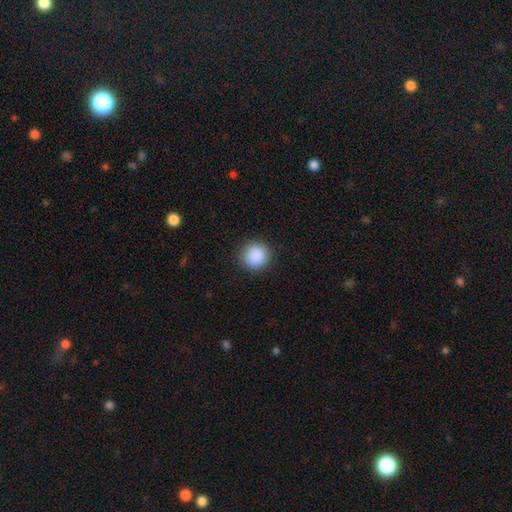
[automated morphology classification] Q: Smooth or featured?
A: smooth (89%); runner-up: star or artifact (8%)
Q: How rounded?
A: round (94%); runner-up: in between (5%)
Q: Merging?
A: none (91%); runner-up: minor disturbance (6%)